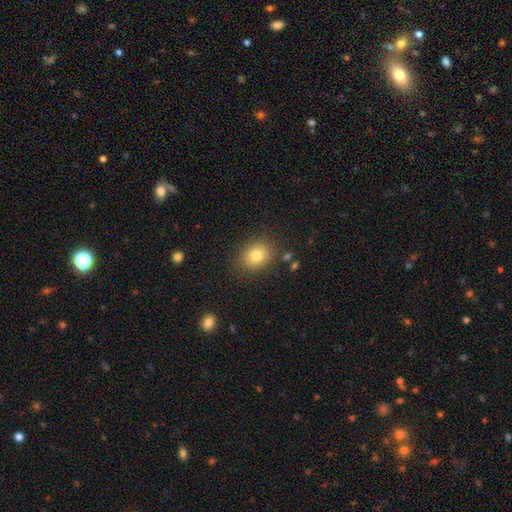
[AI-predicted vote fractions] Smooth or featured?
  - smooth: 79% *
  - star or artifact: 12%
  - featured or disk: 9%
How rounded?
  - round: 53% *
  - in between: 46%
  - cigar-shaped: 1%
Merging?
  - none: 86% *
  - minor disturbance: 9%
  - major disturbance: 3%
  - merger: 2%